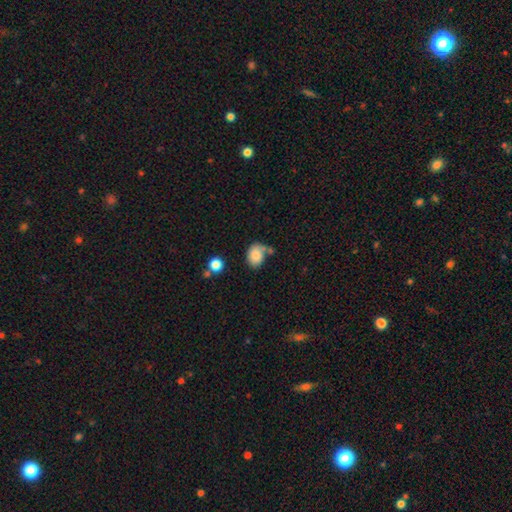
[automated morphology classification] smooth_or_featured: smooth (p=0.82) [alt: featured or disk p=0.09]
how_rounded: in between (p=0.68) [alt: round p=0.31]
merging: none (p=0.54) [alt: minor disturbance p=0.21]